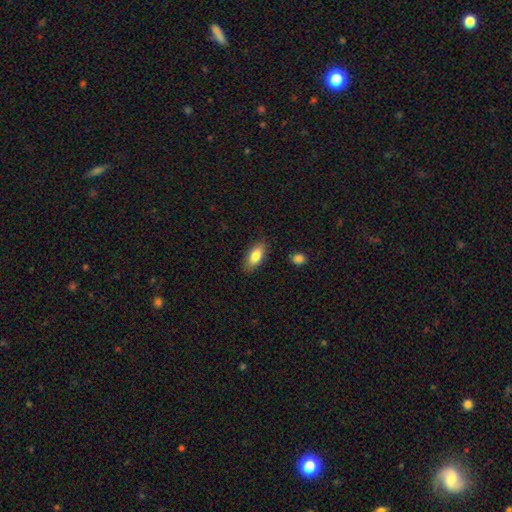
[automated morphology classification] A smooth galaxy with no disk features (83%) that is in between round and cigar-shaped (87%).

Vote fractions:
- Smooth or featured? smooth: 83% / featured or disk: 10% / star or artifact: 7%
- How rounded? in between: 87% / cigar-shaped: 10% / round: 3%
- Merging? none: 85% / minor disturbance: 11% / major disturbance: 2% / merger: 1%